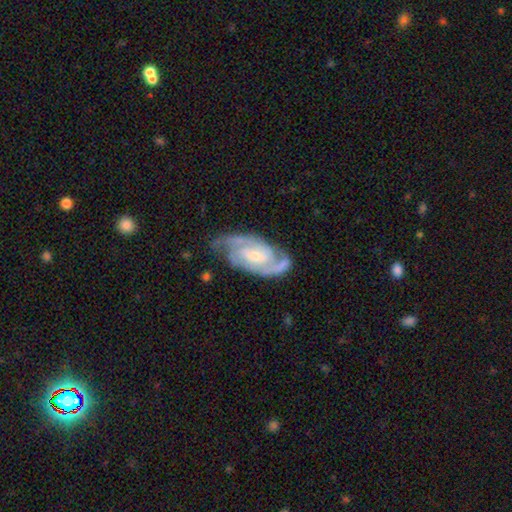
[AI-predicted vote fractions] This is clearly a featured or disk galaxy (90%). It is clearly not viewed edge-on (96%). Bar: possibly weak (47%). Spiral arm pattern: clearly yes (98%). Spiral arm count: clearly 2 (85%). Spiral winding: possibly tight (49%). Central bulge: possibly small (56%). Merging: likely none (74%).